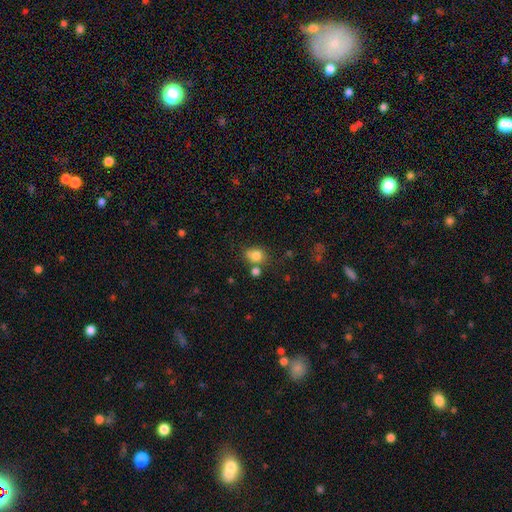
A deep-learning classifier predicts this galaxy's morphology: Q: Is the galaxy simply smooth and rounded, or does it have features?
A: smooth — 81%.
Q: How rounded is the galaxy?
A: round — 58%.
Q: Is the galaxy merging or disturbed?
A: none — 60%.